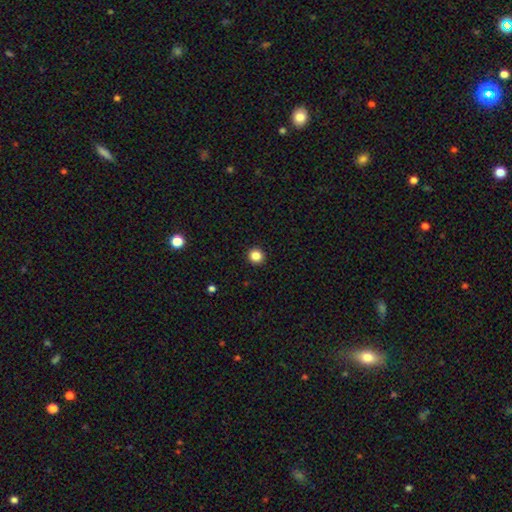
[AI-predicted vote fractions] Q: Smooth or featured?
A: smooth (85%); runner-up: star or artifact (11%)
Q: How rounded?
A: round (94%); runner-up: in between (5%)
Q: Merging?
A: none (94%); runner-up: minor disturbance (4%)